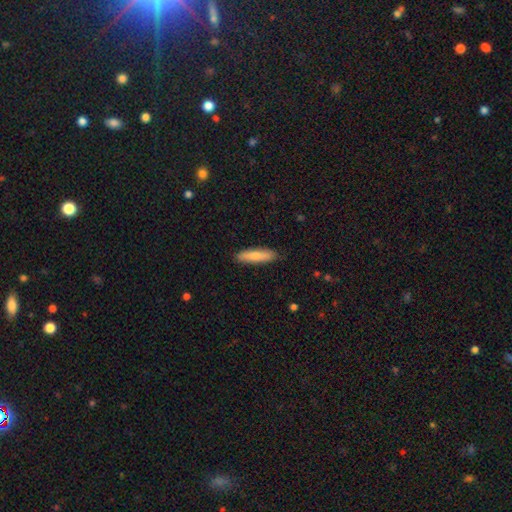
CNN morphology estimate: A smooth galaxy with no disk features (74%) that is cigar-shaped (74%). Merging: none (85%).